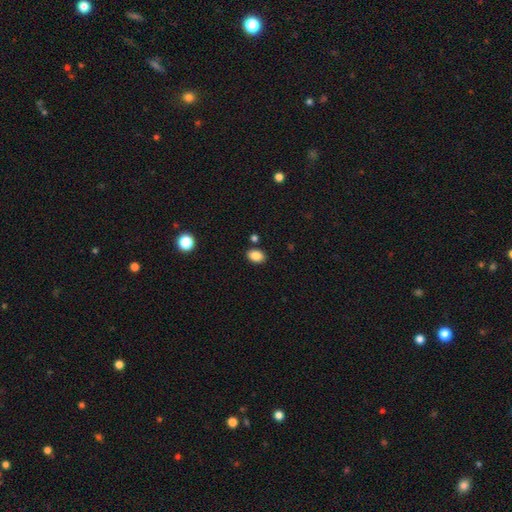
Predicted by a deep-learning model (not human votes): A smooth galaxy with no disk features (86%) that is in between round and cigar-shaped (76%). Merging: none (84%).